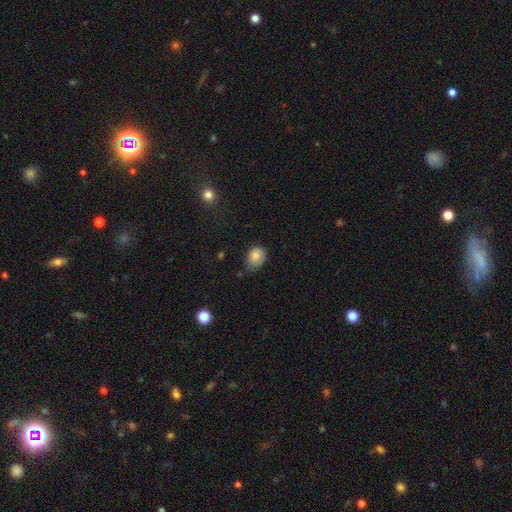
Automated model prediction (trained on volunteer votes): Smooth or featured: smooth — 83% (star or artifact — 9%)
How rounded: in between — 52% (round — 47%)
Merging: none — 51% (minor disturbance — 39%)